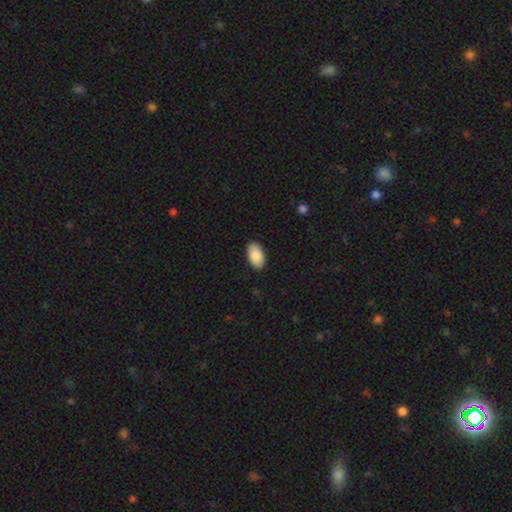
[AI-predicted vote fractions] Morphology: type=smooth (89%); roundness=in between (96%); merging=none (89%).